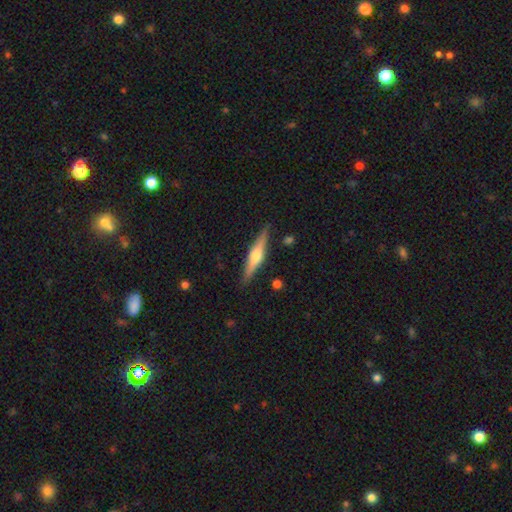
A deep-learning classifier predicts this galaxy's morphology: Overall: featured or disk (64%; smooth 31%). Edge-on disk: yes (96%). Edge-on bulge: rounded (89%). Merging: none (88%).